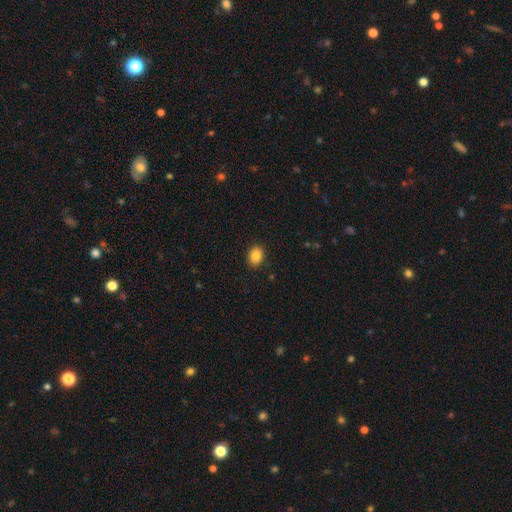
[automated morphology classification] Q: Smooth or featured?
A: smooth (87%); runner-up: star or artifact (9%)
Q: How rounded?
A: in between (62%); runner-up: round (37%)
Q: Merging?
A: none (89%); runner-up: minor disturbance (8%)